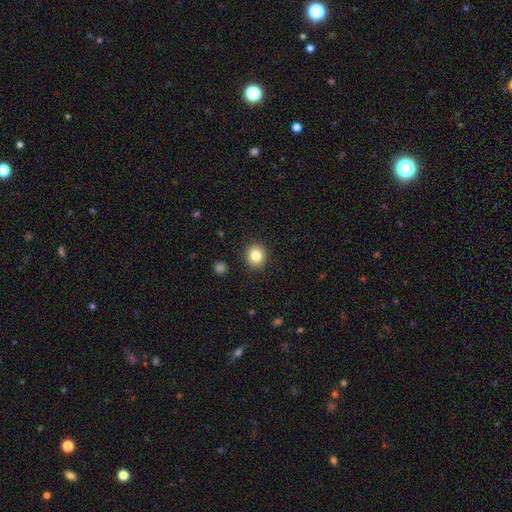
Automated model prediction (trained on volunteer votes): A smooth galaxy with no disk features (82%) that is round (89%). Merging: none (91%).